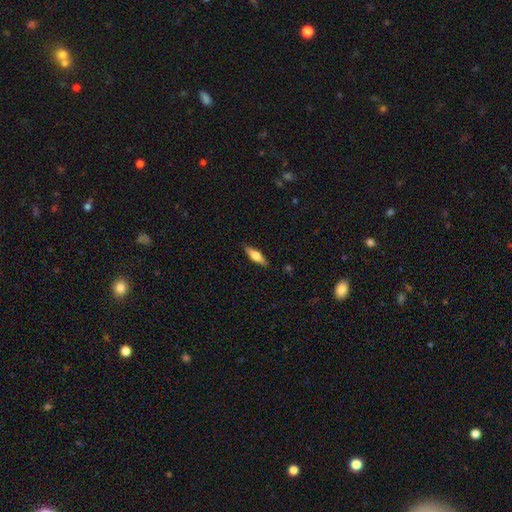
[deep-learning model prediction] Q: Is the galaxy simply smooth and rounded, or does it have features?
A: featured or disk — 50%.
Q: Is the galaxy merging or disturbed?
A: none — 87%.